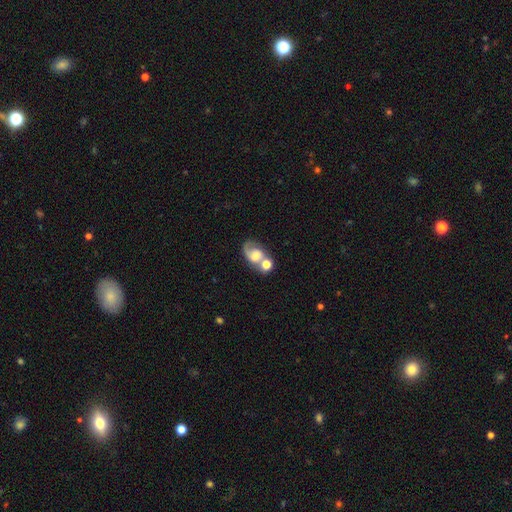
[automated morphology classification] Q: Smooth or featured?
A: featured or disk (52%); runner-up: smooth (38%)
Q: Edge-on disk?
A: no (97%); runner-up: yes (3%)
Q: Bar?
A: no (68%); runner-up: weak (26%)
Q: Spiral arms?
A: yes (77%); runner-up: no (23%)
Q: Bulge size?
A: moderate (41%); runner-up: small (26%)
Q: Merging?
A: merger (48%); runner-up: none (27%)